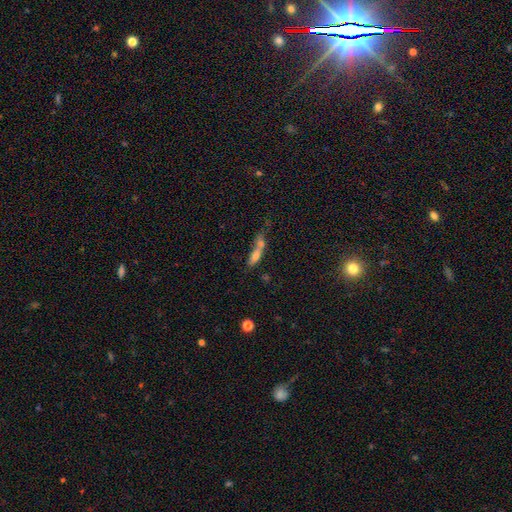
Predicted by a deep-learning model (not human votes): smooth-or-featured: smooth: 62% | featured or disk: 27% | star or artifact: 11%
  how-rounded: cigar-shaped: 51% | in between: 44% | round: 5%
  merging: merger: 56% | none: 22% | minor disturbance: 12% | major disturbance: 10%